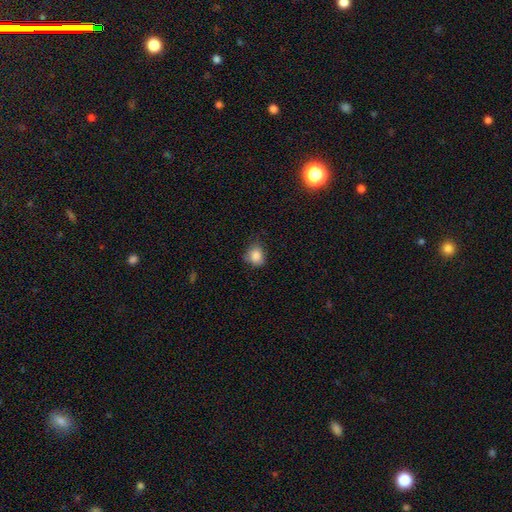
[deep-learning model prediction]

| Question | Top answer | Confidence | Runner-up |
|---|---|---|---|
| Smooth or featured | smooth | 86% | star or artifact (9%) |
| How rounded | round | 68% | in between (31%) |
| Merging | none | 68% | minor disturbance (25%) |